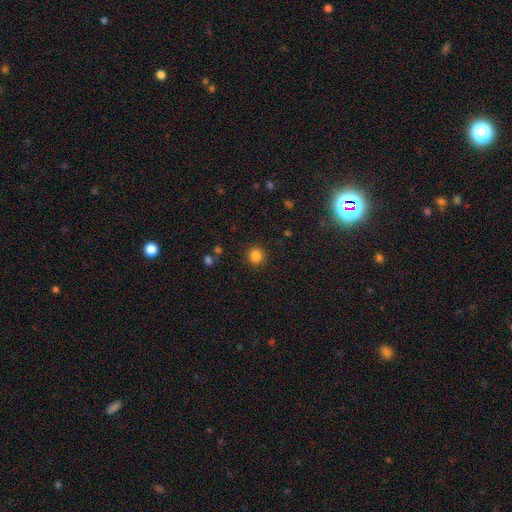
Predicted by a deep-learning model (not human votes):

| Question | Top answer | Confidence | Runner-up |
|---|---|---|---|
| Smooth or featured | smooth | 84% | star or artifact (12%) |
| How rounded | round | 91% | in between (9%) |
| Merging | none | 91% | minor disturbance (6%) |